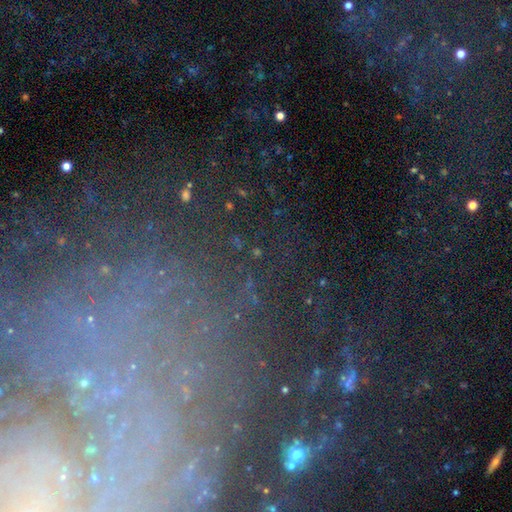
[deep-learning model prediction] Smooth or featured: star or artifact — 51% (featured or disk — 32%)